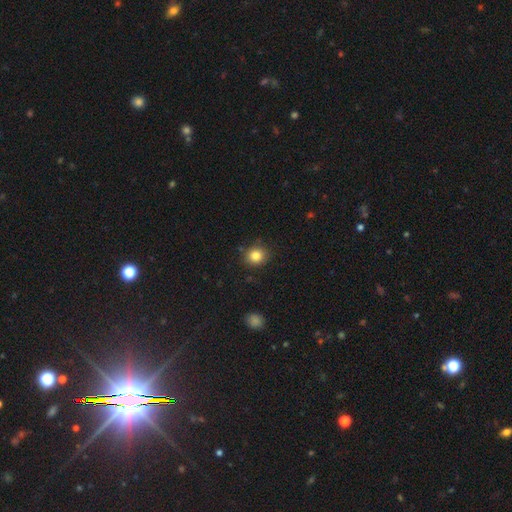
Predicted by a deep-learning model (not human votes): This is clearly a smooth galaxy (84%). How rounded: clearly round (86%). Merging: clearly none (86%).